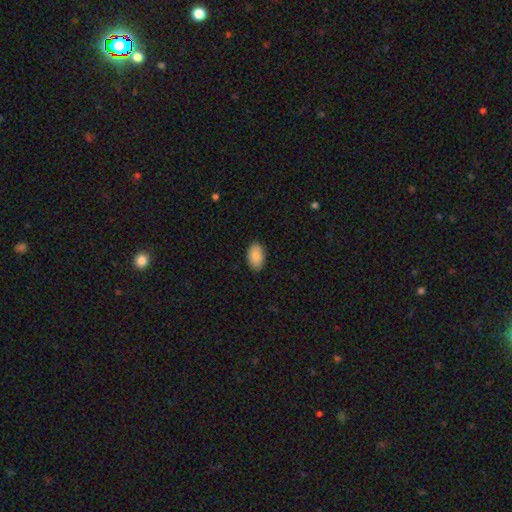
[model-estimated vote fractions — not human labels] The model was most divided on "merging": none: 87%, minor disturbance: 10%, major disturbance: 2%, merger: 1%. More confident: how rounded — in between (92%); smooth or featured — smooth (89%).